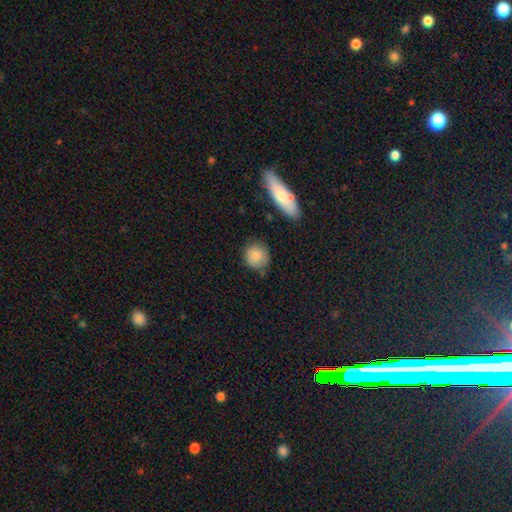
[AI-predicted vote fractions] Smooth or featured? Predicted: smooth (p=0.83). How rounded? Predicted: round (p=0.88). Merging? Predicted: none (p=0.78).